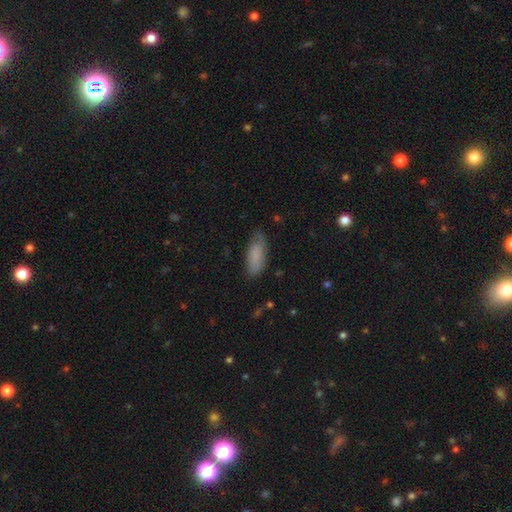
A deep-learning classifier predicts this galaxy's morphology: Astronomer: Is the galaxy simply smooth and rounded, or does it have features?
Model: smooth — 82%.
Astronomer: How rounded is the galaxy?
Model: in between — 76%.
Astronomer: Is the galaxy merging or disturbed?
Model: none — 70%.